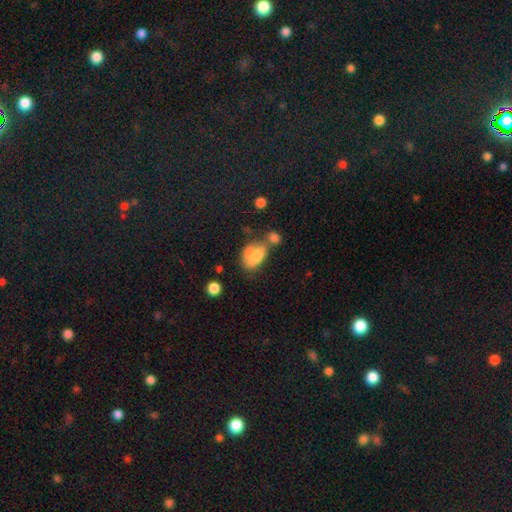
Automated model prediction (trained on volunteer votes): Smooth or featured? smooth (71%)
How rounded? in between (89%)
Merging? merger (33%)